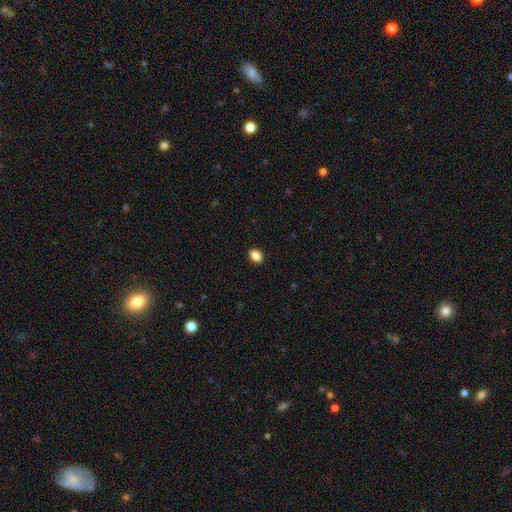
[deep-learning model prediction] A smooth galaxy with no disk features (87%) that is in between round and cigar-shaped (78%). Merging: none (91%).